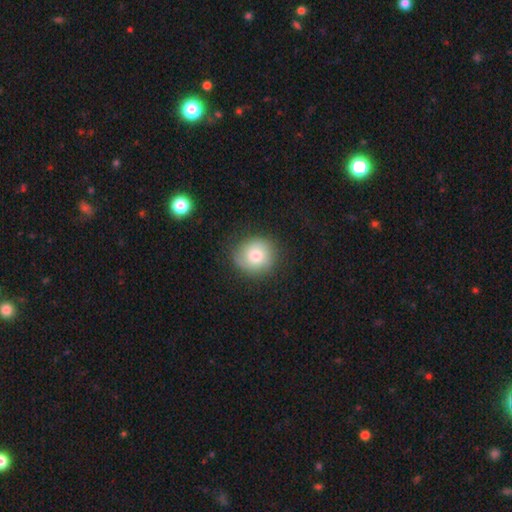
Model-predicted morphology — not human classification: Smooth or featured? Predicted: smooth (p=0.72). How rounded? Predicted: round (p=0.86). Merging? Predicted: none (p=0.80).